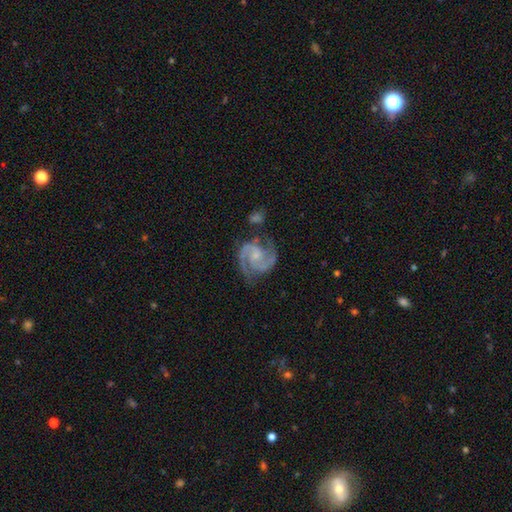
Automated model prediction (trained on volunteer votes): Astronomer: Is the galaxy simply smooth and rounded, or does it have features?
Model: featured or disk — 92%.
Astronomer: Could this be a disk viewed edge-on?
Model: no — 98%.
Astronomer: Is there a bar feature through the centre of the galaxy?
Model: no — 55% (runner-up: weak, 36%).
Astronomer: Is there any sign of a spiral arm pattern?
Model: yes — 98%.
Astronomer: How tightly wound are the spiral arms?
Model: medium — 52% (runner-up: tight, 41%).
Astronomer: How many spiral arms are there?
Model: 2 — 90%.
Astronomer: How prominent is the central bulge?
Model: small — 55%.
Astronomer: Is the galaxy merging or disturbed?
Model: none — 71%.